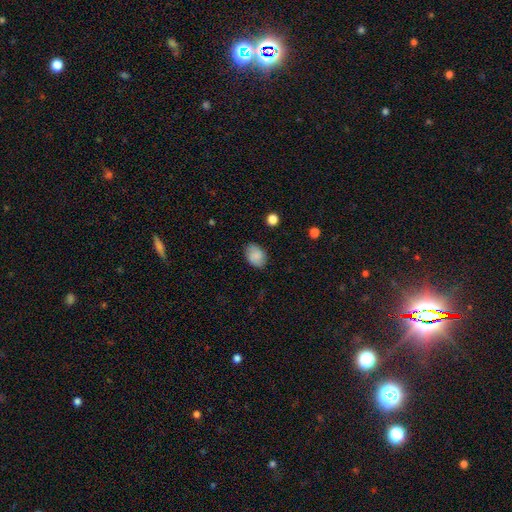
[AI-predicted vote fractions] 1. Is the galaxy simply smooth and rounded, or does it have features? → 84% smooth, 8% featured or disk, 8% star or artifact.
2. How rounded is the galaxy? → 79% in between, 20% round, 1% cigar-shaped.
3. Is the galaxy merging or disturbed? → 81% none, 15% minor disturbance, 3% major disturbance, 1% merger.